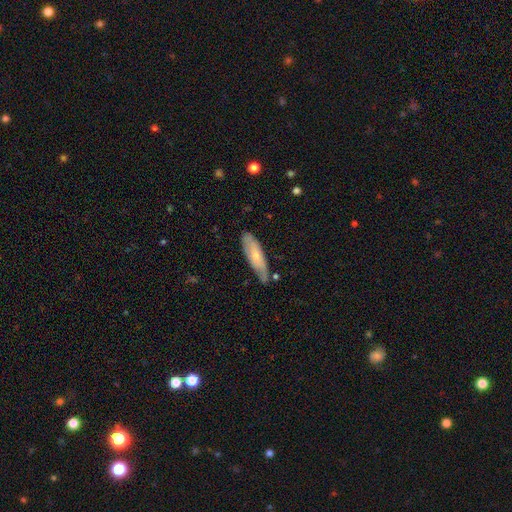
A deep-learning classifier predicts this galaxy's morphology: The model was most divided on "how rounded": cigar-shaped: 56%, in between: 42%, round: 2%. More confident: merging — none (64%); smooth or featured — smooth (61%).